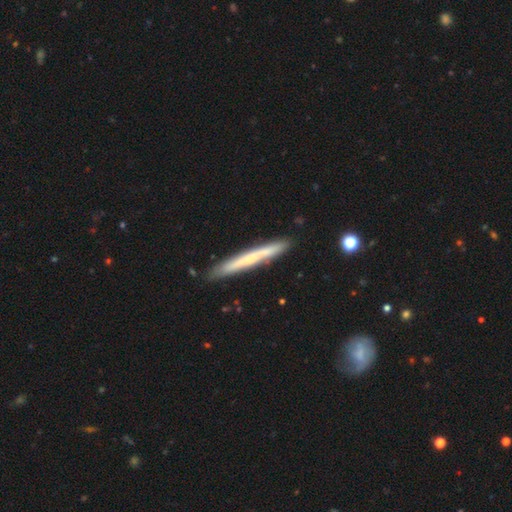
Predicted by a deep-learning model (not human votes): This appears to be a featured or disk galaxy (47%, tied with smooth). Merging: none (88%).